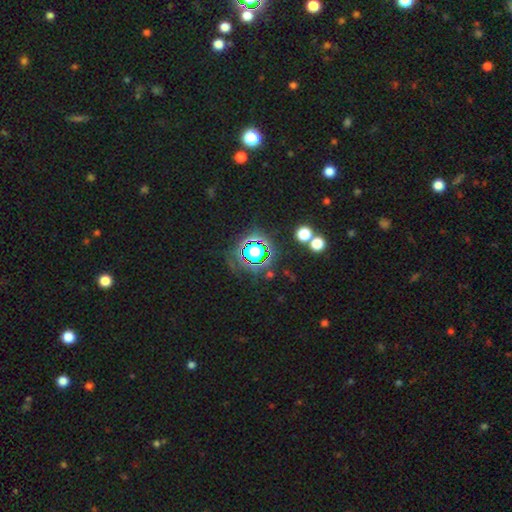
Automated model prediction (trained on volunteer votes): The model was most divided on "smooth or featured": star or artifact: 77%, smooth: 15%, featured or disk: 8%.